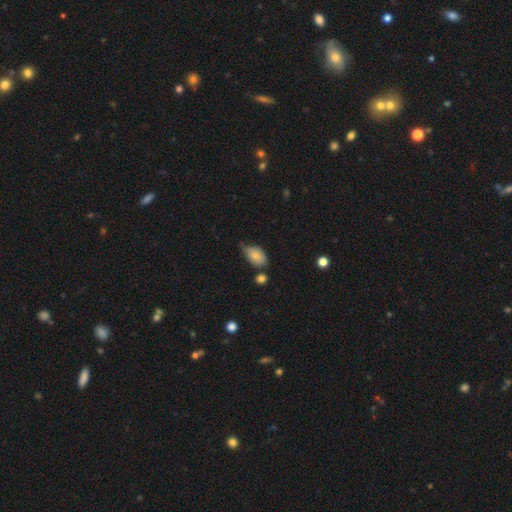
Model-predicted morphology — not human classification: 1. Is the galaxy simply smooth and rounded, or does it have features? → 77% smooth, 15% featured or disk, 8% star or artifact.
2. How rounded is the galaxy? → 89% in between, 9% round, 2% cigar-shaped.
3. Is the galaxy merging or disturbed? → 43% none, 40% minor disturbance, 9% major disturbance, 8% merger.